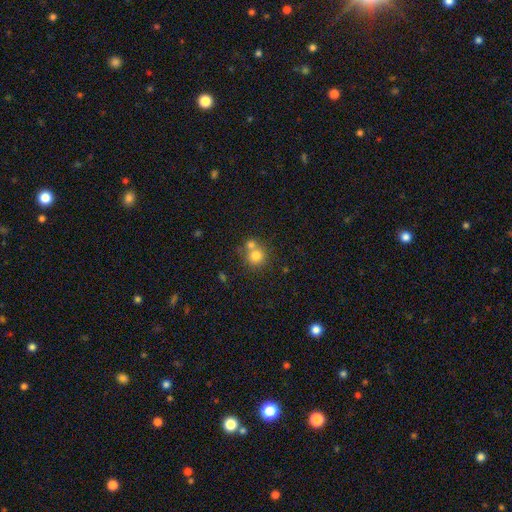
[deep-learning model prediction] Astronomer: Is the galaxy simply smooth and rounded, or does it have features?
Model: smooth — 77%.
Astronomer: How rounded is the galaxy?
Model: round — 87%.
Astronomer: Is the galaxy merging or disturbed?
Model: none — 49% (runner-up: merger, 40%).